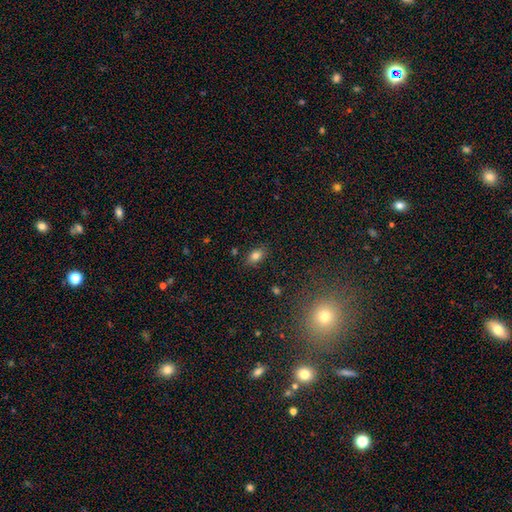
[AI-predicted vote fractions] This is clearly a smooth galaxy (81%). How rounded: clearly in between (85%). Merging: clearly none (83%).